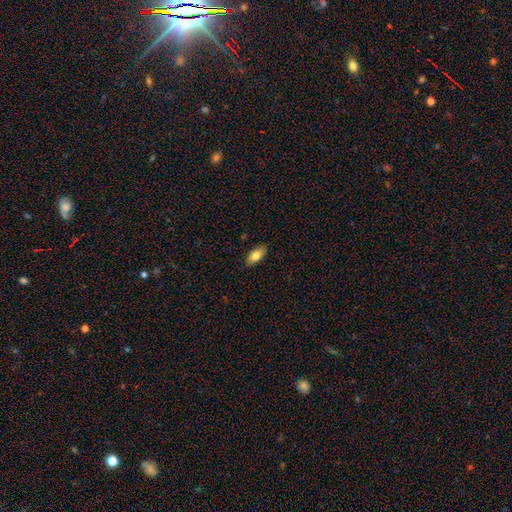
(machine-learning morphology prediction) A smooth galaxy with no disk features (78%) that is in between round and cigar-shaped (88%).

Vote fractions:
- Smooth or featured? smooth: 78% / featured or disk: 16% / star or artifact: 7%
- How rounded? in between: 88% / cigar-shaped: 9% / round: 3%
- Merging? none: 87% / minor disturbance: 10% / major disturbance: 2% / merger: 1%